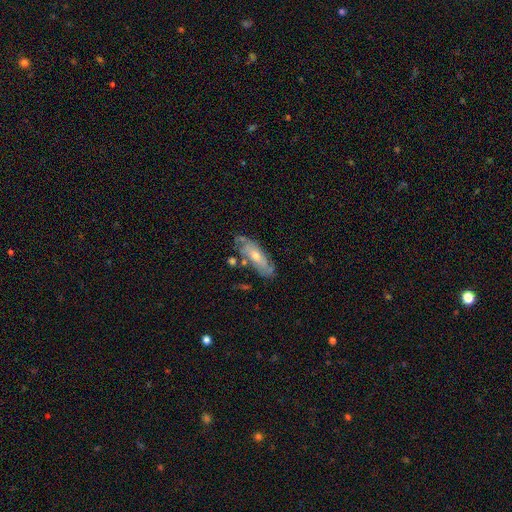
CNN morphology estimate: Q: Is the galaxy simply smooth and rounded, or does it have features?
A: featured or disk — 65%.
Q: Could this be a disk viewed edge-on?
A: no — 78%.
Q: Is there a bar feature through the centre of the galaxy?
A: no — 71%.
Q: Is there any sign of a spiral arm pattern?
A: yes — 73%.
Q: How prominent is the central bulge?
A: moderate — 52%.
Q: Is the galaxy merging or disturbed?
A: none — 67%.